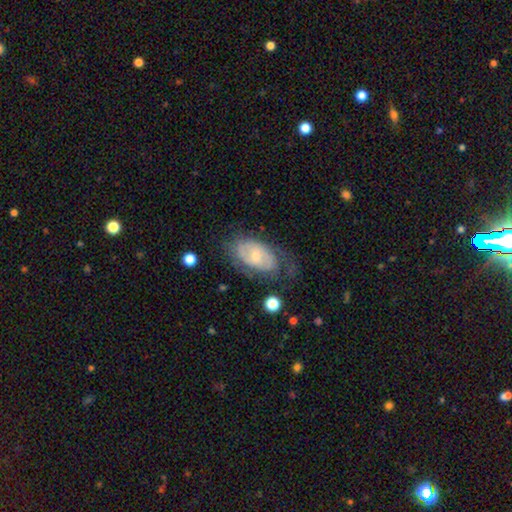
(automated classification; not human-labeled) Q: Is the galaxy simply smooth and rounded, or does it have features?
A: featured or disk — 63%.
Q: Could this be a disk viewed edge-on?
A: no — 94%.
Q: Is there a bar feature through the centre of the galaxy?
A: no — 66%.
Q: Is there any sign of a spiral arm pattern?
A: yes — 71%.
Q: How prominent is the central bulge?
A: small — 57%.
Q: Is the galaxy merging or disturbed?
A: none — 52%.